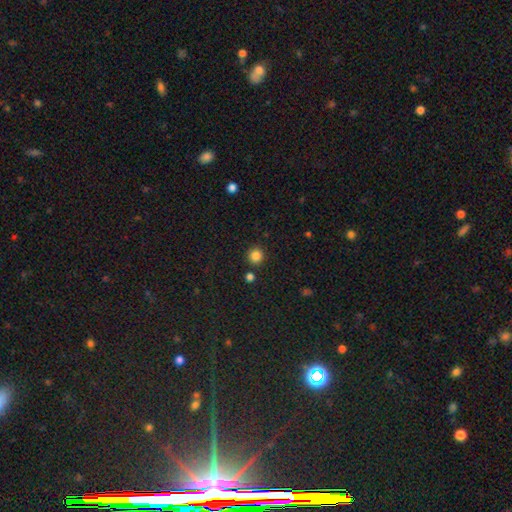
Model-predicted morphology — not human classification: A smooth galaxy with no disk features (84%) that is round (93%).

Vote fractions:
- Smooth or featured? smooth: 84% / star or artifact: 12% / featured or disk: 4%
- How rounded? round: 93% / in between: 6% / cigar-shaped: 1%
- Merging? none: 87% / minor disturbance: 6% / merger: 4% / major disturbance: 2%